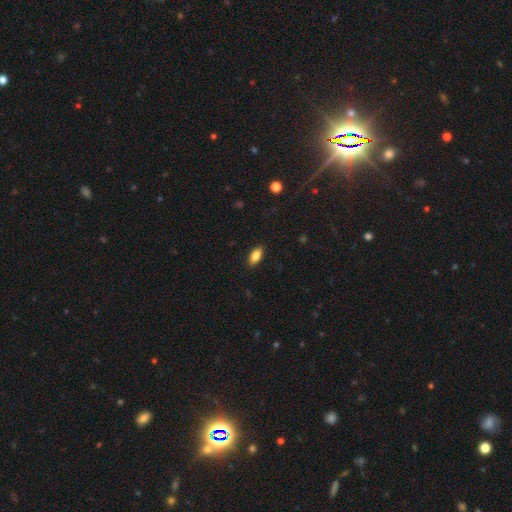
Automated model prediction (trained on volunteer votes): The model was most divided on "smooth or featured": smooth: 85%, star or artifact: 8%, featured or disk: 8%. More confident: merging — none (88%); how rounded — in between (88%).